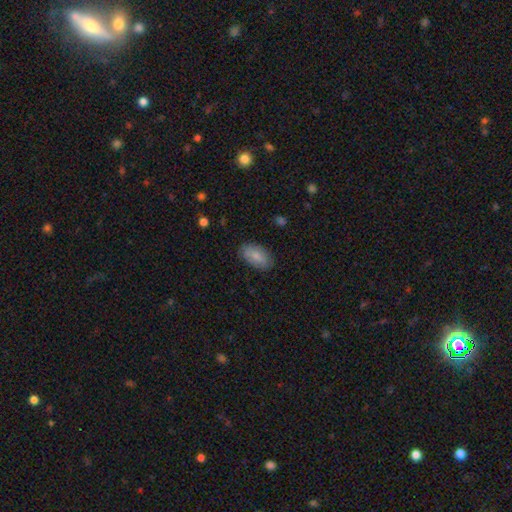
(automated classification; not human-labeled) The model was most divided on "smooth or featured": smooth: 78%, featured or disk: 16%, star or artifact: 6%. More confident: how rounded — in between (93%); merging — none (83%).